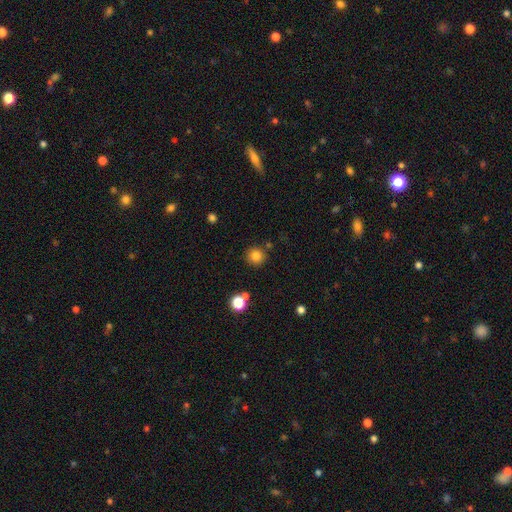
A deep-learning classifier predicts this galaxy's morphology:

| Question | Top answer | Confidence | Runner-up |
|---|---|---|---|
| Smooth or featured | smooth | 82% | star or artifact (13%) |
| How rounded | round | 94% | in between (5%) |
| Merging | none | 84% | minor disturbance (8%) |